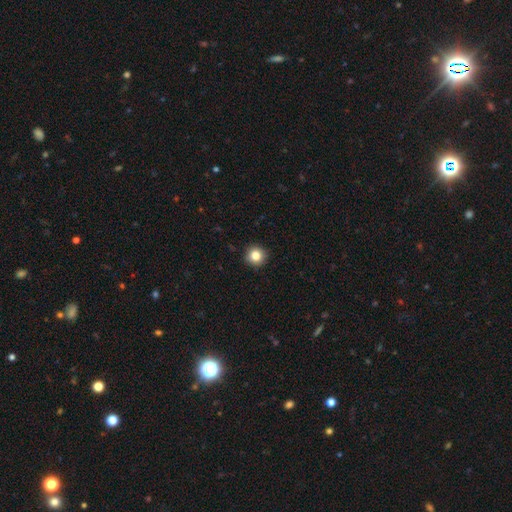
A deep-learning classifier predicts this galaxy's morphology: Smooth or featured?
  - smooth: 83% *
  - star or artifact: 11%
  - featured or disk: 6%
How rounded?
  - round: 94% *
  - in between: 5%
  - cigar-shaped: 1%
Merging?
  - none: 93% *
  - minor disturbance: 5%
  - major disturbance: 1%
  - merger: 1%